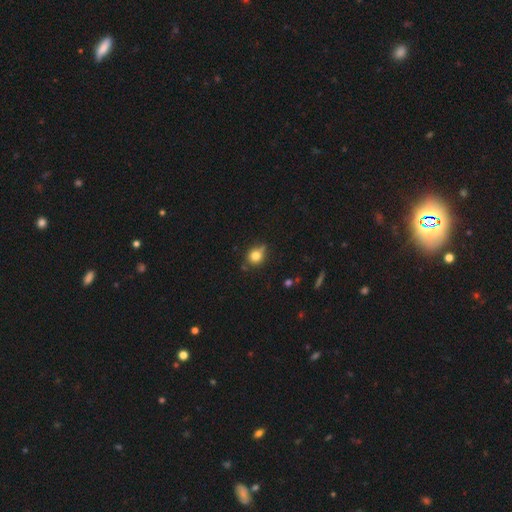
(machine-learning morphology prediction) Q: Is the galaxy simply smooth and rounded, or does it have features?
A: smooth — 77%.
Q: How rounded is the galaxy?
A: round — 78%.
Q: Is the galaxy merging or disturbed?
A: none — 62%.